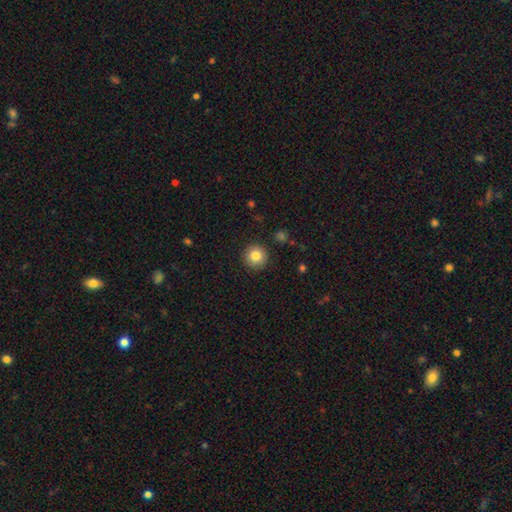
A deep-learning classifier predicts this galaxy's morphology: Smooth or featured: smooth — 83% (star or artifact — 10%)
How rounded: round — 95% (in between — 4%)
Merging: none — 91% (minor disturbance — 6%)